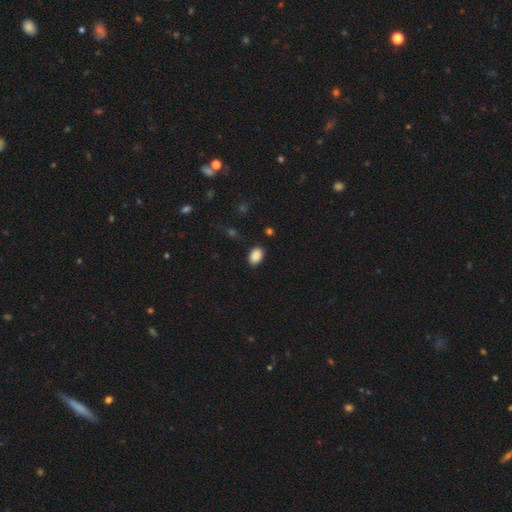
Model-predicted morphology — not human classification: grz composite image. It shows a smooth galaxy with no disk features (89%) that is in between round and cigar-shaped (85%). Merging: none (86%).